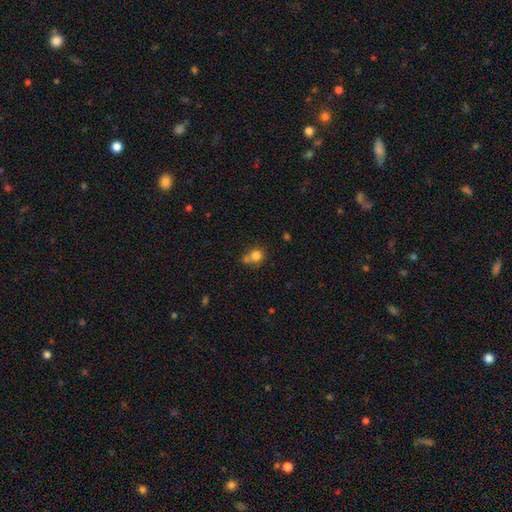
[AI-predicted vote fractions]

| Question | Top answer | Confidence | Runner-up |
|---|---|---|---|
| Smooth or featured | smooth | 79% | star or artifact (12%) |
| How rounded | round | 82% | in between (17%) |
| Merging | none | 49% | merger (34%) |